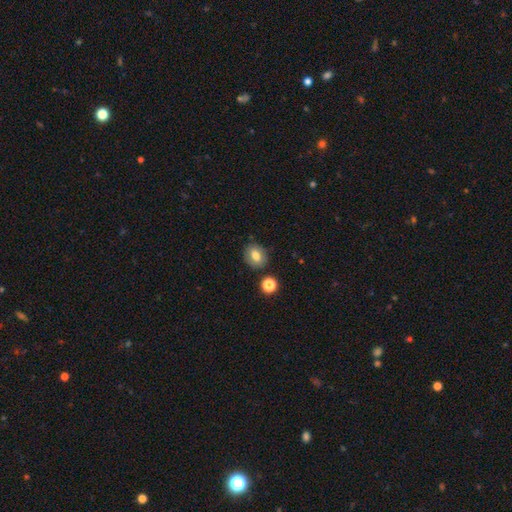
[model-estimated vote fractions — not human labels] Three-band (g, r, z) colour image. It shows a smooth galaxy with no disk features (78%) that is round (52%). Merging: none (81%).